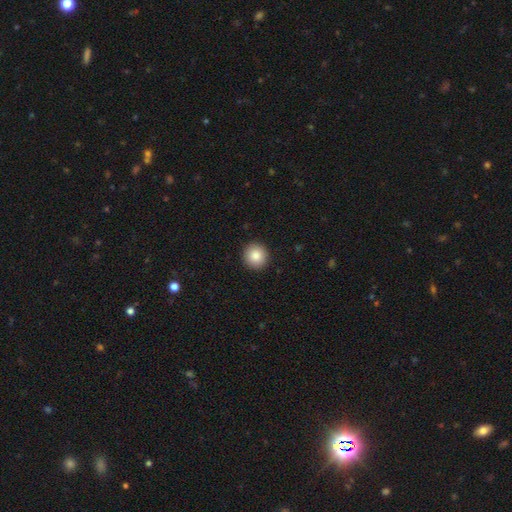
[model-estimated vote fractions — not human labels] The model was most divided on "smooth or featured": smooth: 86%, star or artifact: 9%, featured or disk: 5%. More confident: how rounded — round (93%); merging — none (93%).